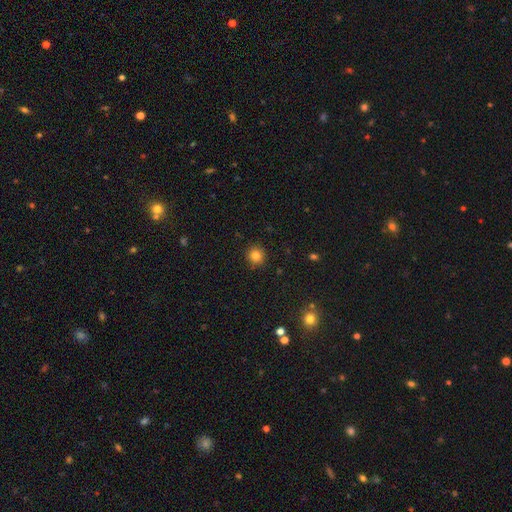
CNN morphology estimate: A smooth galaxy with no disk features (81%) that is round (92%). Merging: none (91%).